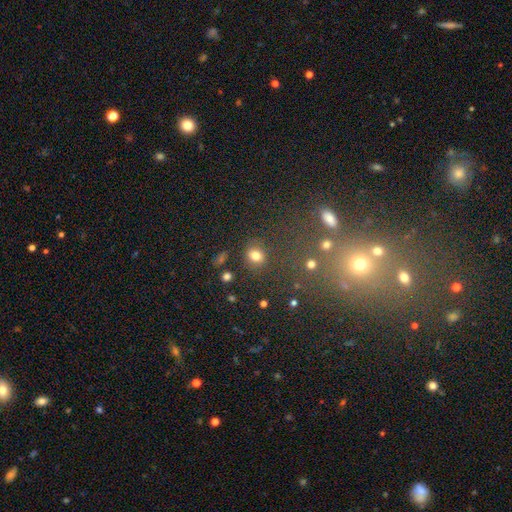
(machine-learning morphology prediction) A smooth galaxy with no disk features (78%) that is round (61%).

Vote fractions:
- Smooth or featured? smooth: 78% / star or artifact: 14% / featured or disk: 8%
- How rounded? round: 61% / in between: 37% / cigar-shaped: 1%
- Merging? none: 78% / minor disturbance: 12% / merger: 5% / major disturbance: 5%